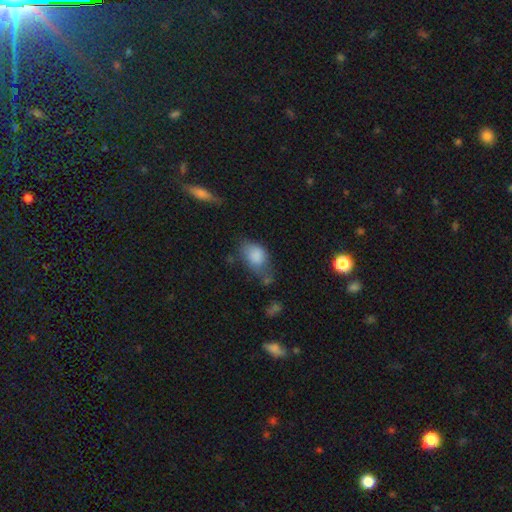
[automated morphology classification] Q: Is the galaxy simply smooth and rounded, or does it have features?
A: smooth — 81%.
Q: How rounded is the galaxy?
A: in between — 83%.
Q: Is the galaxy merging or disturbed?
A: none — 35%.